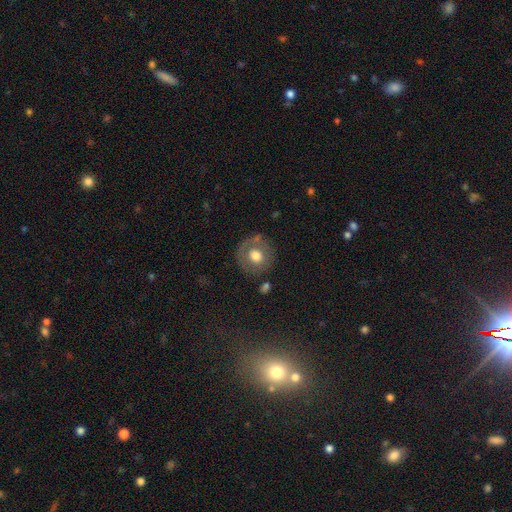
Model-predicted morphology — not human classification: Smooth or featured: smooth — 62% (featured or disk — 30%)
How rounded: round — 91% (in between — 8%)
Merging: none — 76% (minor disturbance — 13%)